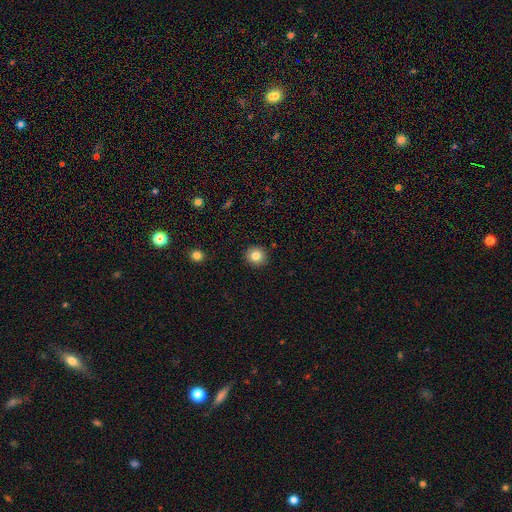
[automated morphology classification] Overall: smooth (83%). How rounded: round (89%). Merging: none (91%).